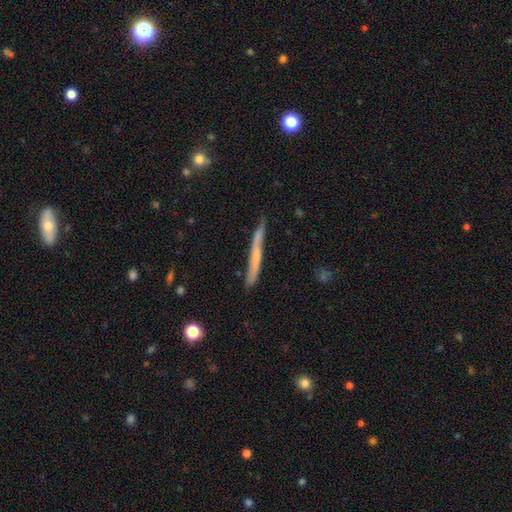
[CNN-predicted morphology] Q: Smooth or featured?
A: featured or disk (50%); runner-up: smooth (43%)
Q: Merging?
A: none (70%); runner-up: minor disturbance (23%)